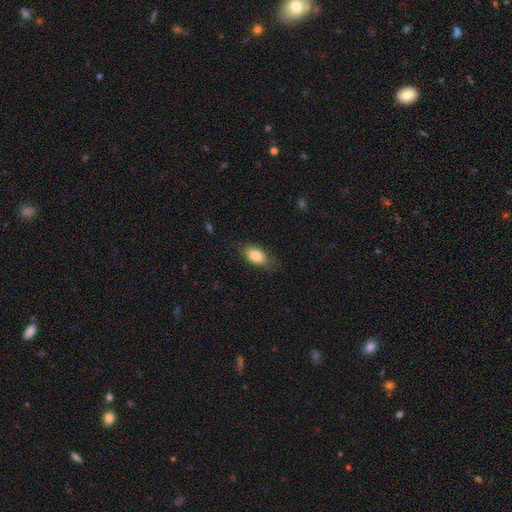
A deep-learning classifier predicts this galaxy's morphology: smooth-or-featured: smooth: 83% | featured or disk: 10% | star or artifact: 7%
  how-rounded: in between: 89% | round: 6% | cigar-shaped: 5%
  merging: none: 80% | minor disturbance: 15% | major disturbance: 4% | merger: 1%